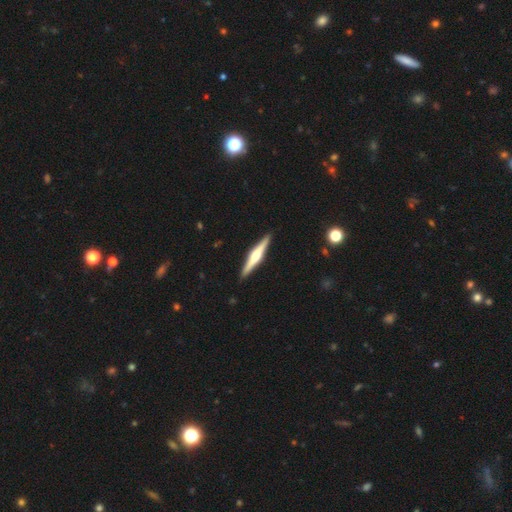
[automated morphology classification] A featured or disk galaxy (73%) viewed edge-on (98%) with a rounded central bulge (87%). Merging: none (92%).